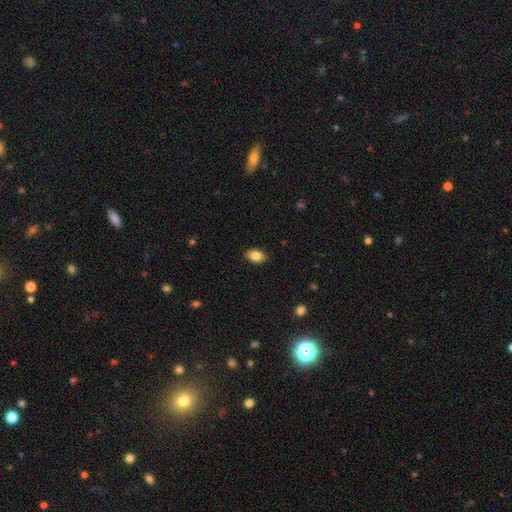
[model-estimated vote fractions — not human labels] This appears to be a smooth galaxy with no disk features (85%) that is in between round and cigar-shaped (89%). Merging: none (88%).